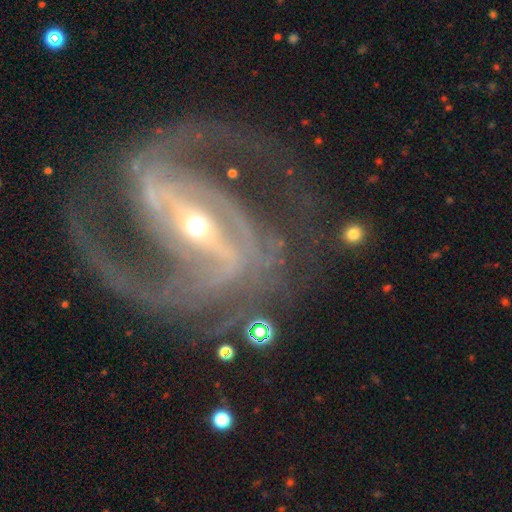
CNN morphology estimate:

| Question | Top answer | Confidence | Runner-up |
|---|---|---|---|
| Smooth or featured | featured or disk | 93% | star or artifact (5%) |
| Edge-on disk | no | 97% | yes (3%) |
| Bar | strong | 76% | weak (18%) |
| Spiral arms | yes | 98% | no (2%) |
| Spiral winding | medium | 54% | tight (26%) |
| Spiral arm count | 2 | 70% | 3 (12%) |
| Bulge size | small | 63% | moderate (33%) |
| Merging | none | 63% | major disturbance (19%) |